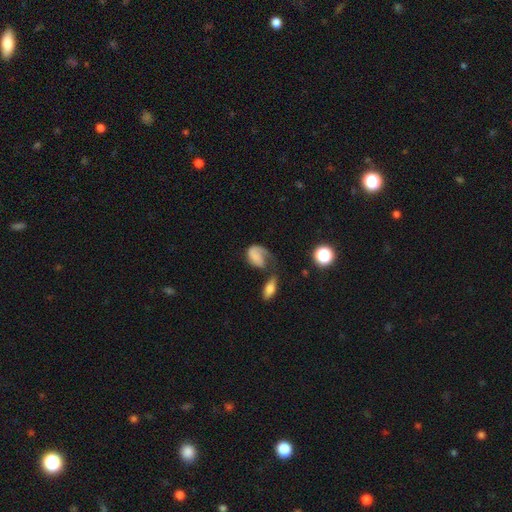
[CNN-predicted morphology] smooth_or_featured: smooth (p=0.51) [alt: featured or disk p=0.39]
how_rounded: in between (p=0.75) [alt: round p=0.22]
merging: major disturbance (p=0.42) [alt: none p=0.24]